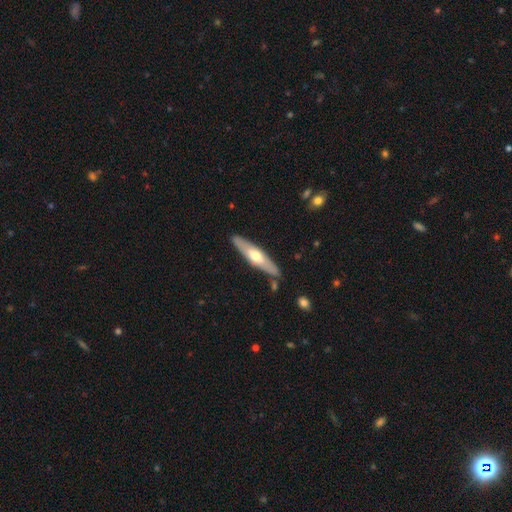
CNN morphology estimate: Smooth or featured? featured or disk (51%)
Edge-on disk? yes (80%)
Merging? none (85%)